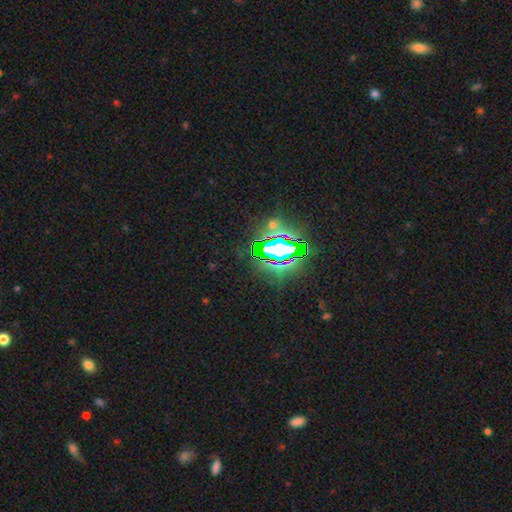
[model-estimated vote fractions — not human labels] A star or artifact, not a galaxy (82%).

Vote fractions:
- Smooth or featured? star or artifact: 82% / smooth: 10% / featured or disk: 9%